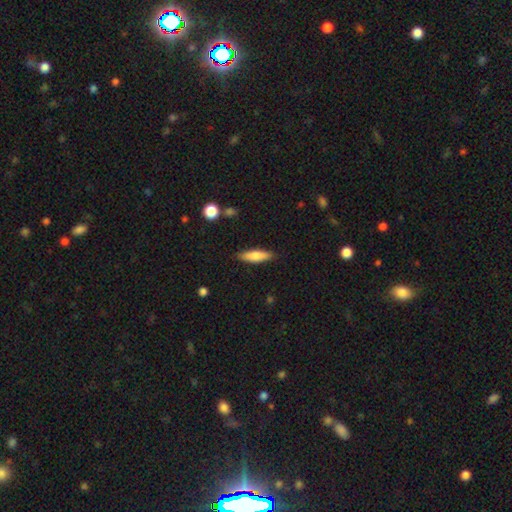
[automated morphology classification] Smooth or featured? smooth (75%)
How rounded? cigar-shaped (64%)
Merging? none (86%)